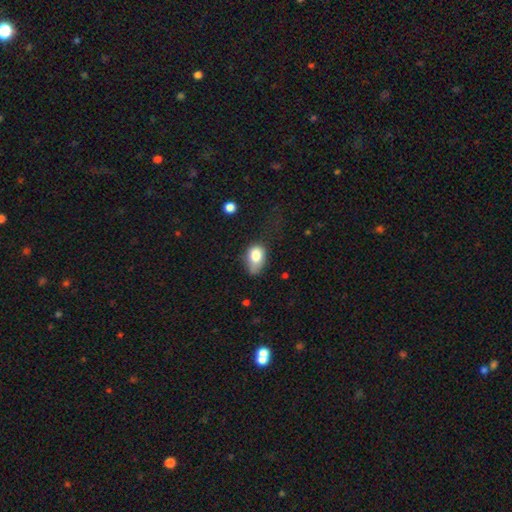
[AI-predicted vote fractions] smooth 79%, featured or disk 12%, star or artifact 9%. Down the decision tree: how rounded — in between (80%); merging — minor disturbance (41%).